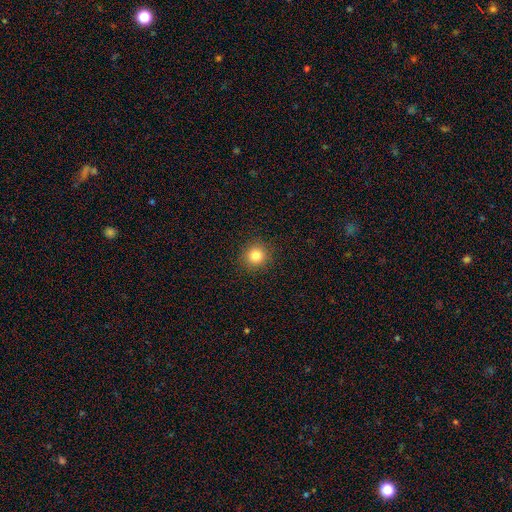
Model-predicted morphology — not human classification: type=smooth (82%); roundness=round (93%); merging=none (91%).